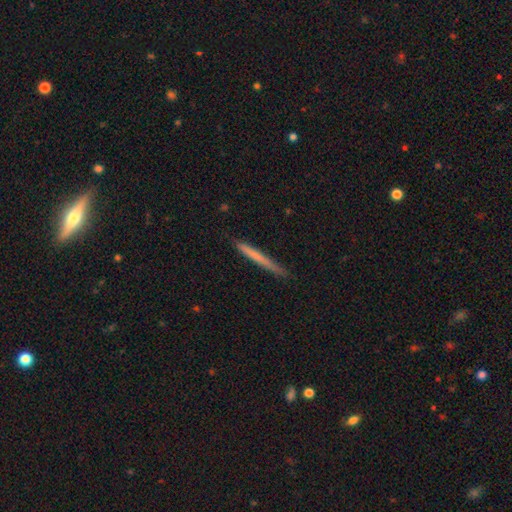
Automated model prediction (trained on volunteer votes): Smooth or featured: smooth — 62% (featured or disk — 32%)
How rounded: cigar-shaped — 97% (in between — 2%)
Merging: none — 88% (minor disturbance — 9%)